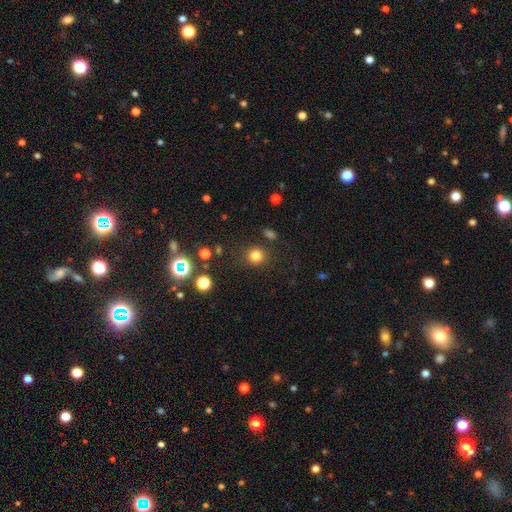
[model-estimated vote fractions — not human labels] smooth 79%, star or artifact 16%, featured or disk 5%. Down the decision tree: how rounded — round (88%); merging — none (83%).